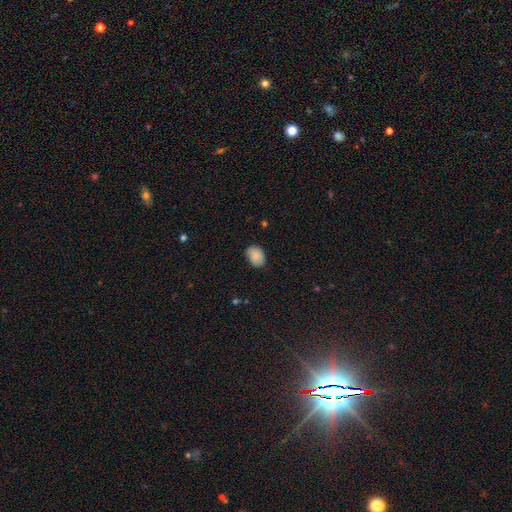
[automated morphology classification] A smooth galaxy with no disk features (86%) that is in between round and cigar-shaped (71%). Merging: none (79%).